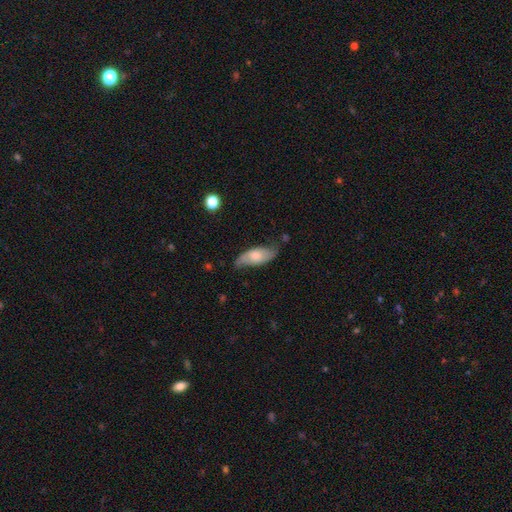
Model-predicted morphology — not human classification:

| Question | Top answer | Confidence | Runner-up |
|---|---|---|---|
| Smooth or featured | smooth | 54% | featured or disk (40%) |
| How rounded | in between | 83% | cigar-shaped (14%) |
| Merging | none | 58% | minor disturbance (32%) |